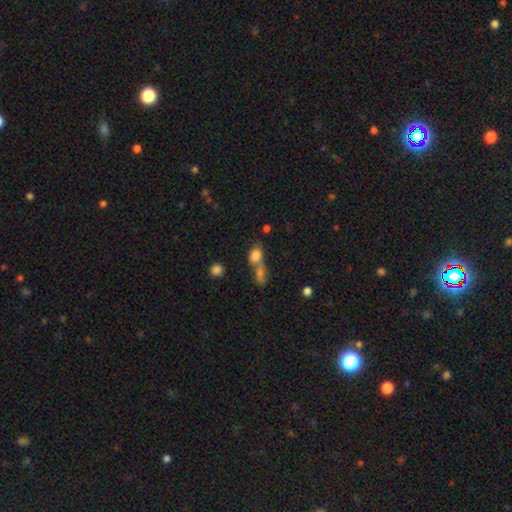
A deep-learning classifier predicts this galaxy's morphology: type=smooth (81%); roundness=in between (65%); merging=merger (61%).